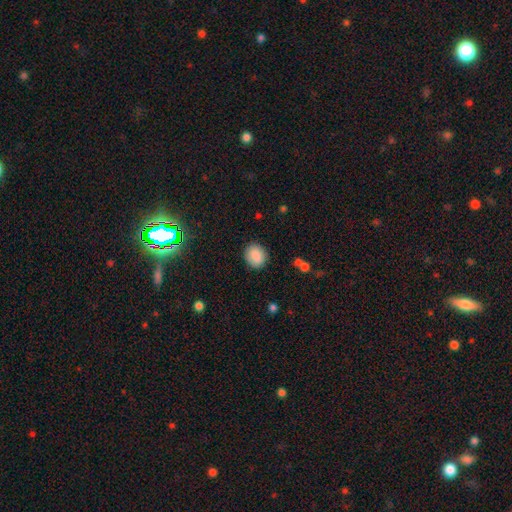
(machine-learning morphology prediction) Smooth or featured? Predicted: smooth (p=0.87). How rounded? Predicted: round (p=0.64). Merging? Predicted: none (p=0.87).